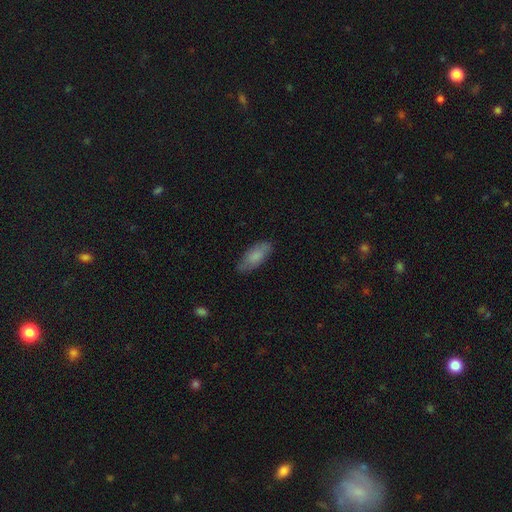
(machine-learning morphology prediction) Smooth or featured?
  - smooth: 81% *
  - featured or disk: 13%
  - star or artifact: 6%
How rounded?
  - in between: 81% *
  - cigar-shaped: 17%
  - round: 2%
Merging?
  - none: 79% *
  - minor disturbance: 17%
  - major disturbance: 3%
  - merger: 1%